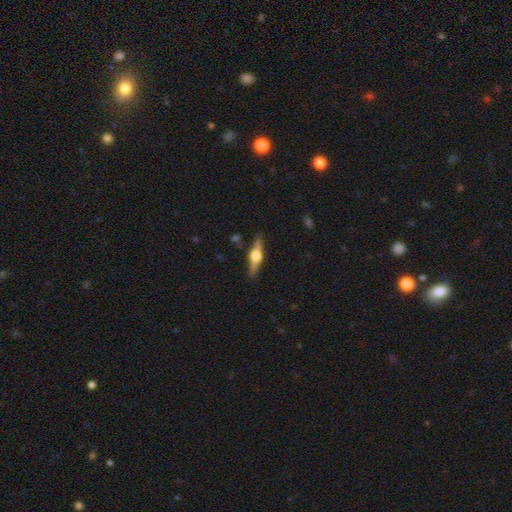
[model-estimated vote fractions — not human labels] Smooth or featured? featured or disk (70%)
Edge-on disk? yes (97%)
Edge-on bulge? rounded (94%)
Merging? none (87%)